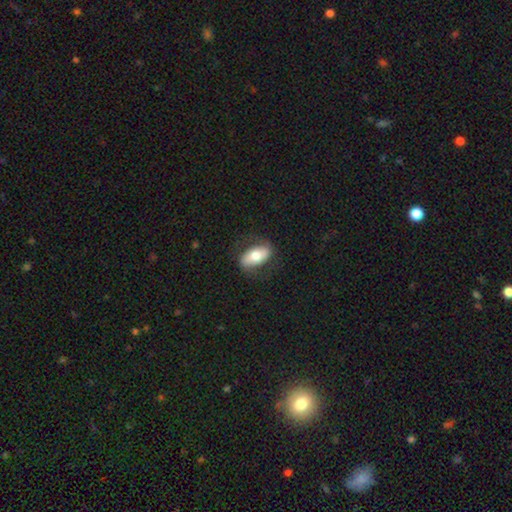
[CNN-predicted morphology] A smooth galaxy with no disk features (64%) that is in between round and cigar-shaped (91%).

Vote fractions:
- Smooth or featured? smooth: 64% / featured or disk: 30% / star or artifact: 6%
- How rounded? in between: 91% / round: 5% / cigar-shaped: 5%
- Merging? none: 78% / minor disturbance: 15% / major disturbance: 6% / merger: 1%